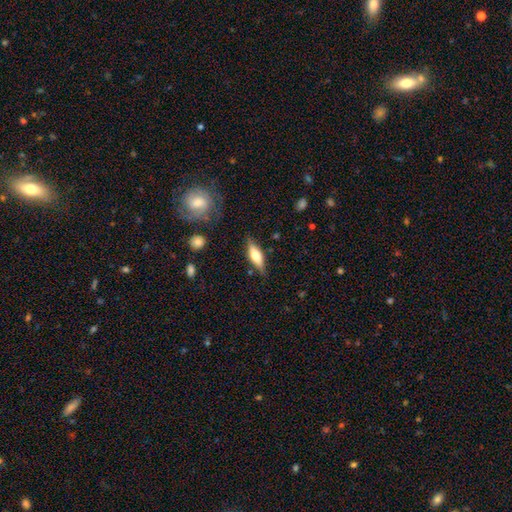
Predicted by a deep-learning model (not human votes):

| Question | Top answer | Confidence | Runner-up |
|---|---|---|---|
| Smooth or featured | smooth | 54% | featured or disk (40%) |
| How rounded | in between | 52% | cigar-shaped (45%) |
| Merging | none | 82% | minor disturbance (13%) |